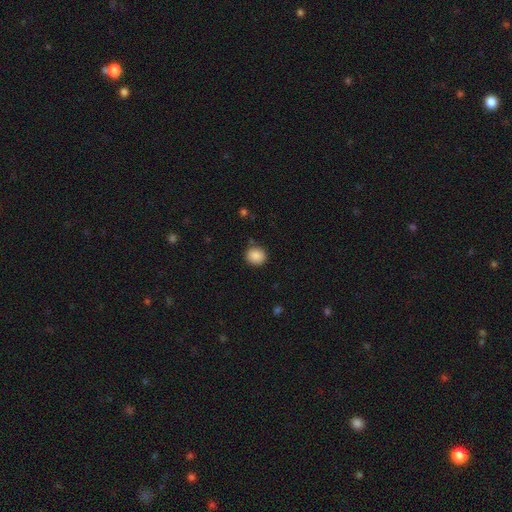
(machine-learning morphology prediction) Smooth or featured? Predicted: smooth (p=0.88). How rounded? Predicted: round (p=0.78). Merging? Predicted: none (p=0.86).